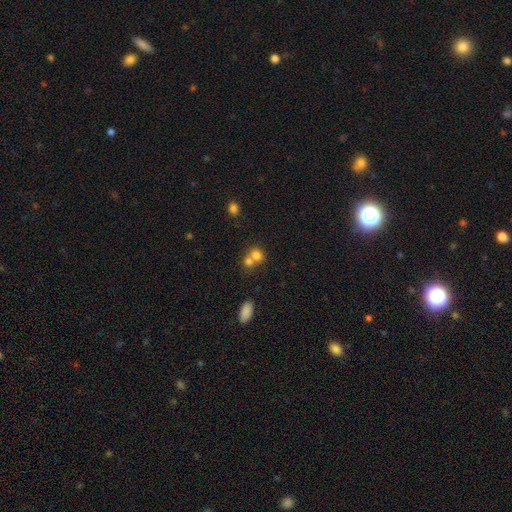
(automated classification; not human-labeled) smooth-or-featured: smooth: 75% | featured or disk: 13% | star or artifact: 12%
  how-rounded: round: 70% | in between: 29% | cigar-shaped: 1%
  merging: merger: 58% | none: 33% | minor disturbance: 6% | major disturbance: 3%